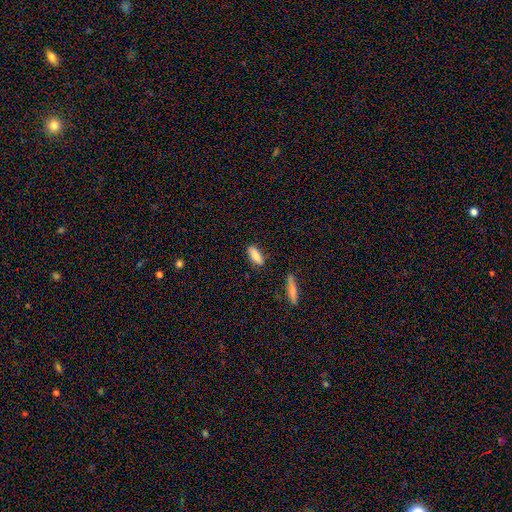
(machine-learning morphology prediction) A smooth galaxy with no disk features (82%) that is in between round and cigar-shaped (74%).

Vote fractions:
- Smooth or featured? smooth: 82% / featured or disk: 11% / star or artifact: 7%
- How rounded? in between: 74% / cigar-shaped: 24% / round: 2%
- Merging? none: 81% / minor disturbance: 14% / merger: 3% / major disturbance: 3%